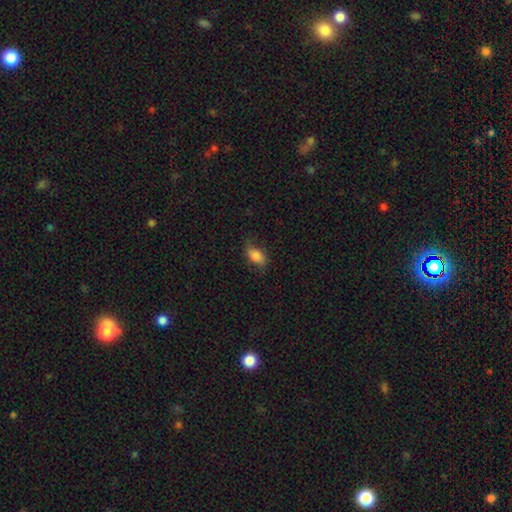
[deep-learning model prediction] Smooth or featured? Predicted: smooth (p=0.77). How rounded? Predicted: in between (p=0.89). Merging? Predicted: none (p=0.62).